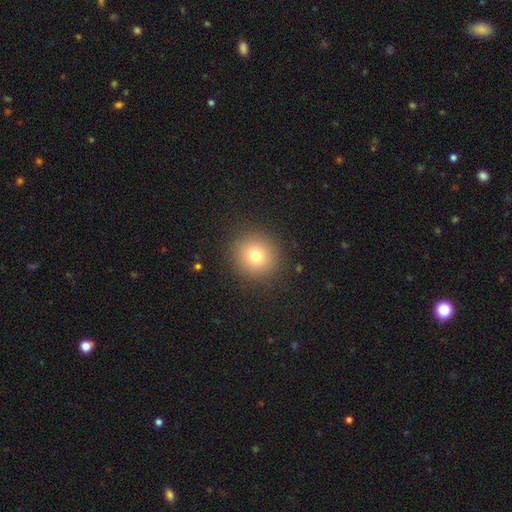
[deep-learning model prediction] This appears to be a smooth galaxy with no disk features (75%) that is round (90%). Merging: none (89%).